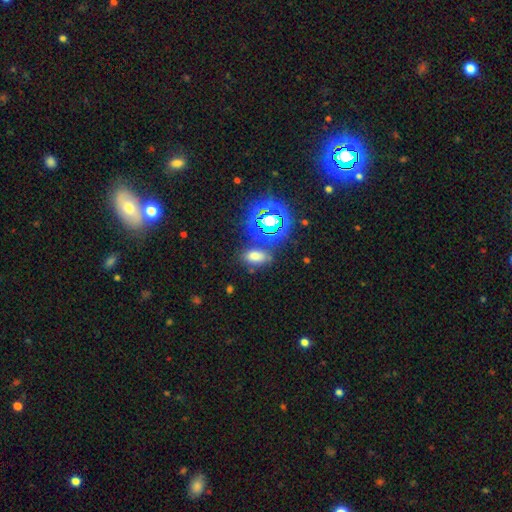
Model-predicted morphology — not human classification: The model was most divided on "smooth or featured": smooth: 56%, star or artifact: 35%, featured or disk: 10%. More confident: how rounded — in between (85%); merging — none (73%).